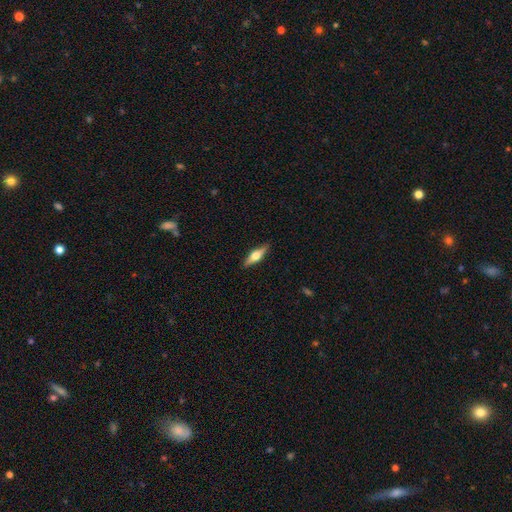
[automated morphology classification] featured or disk 57%, smooth 37%, star or artifact 6%. Down the decision tree: edge-on disk — yes (95%); edge-on bulge — rounded (93%); merging — none (90%).